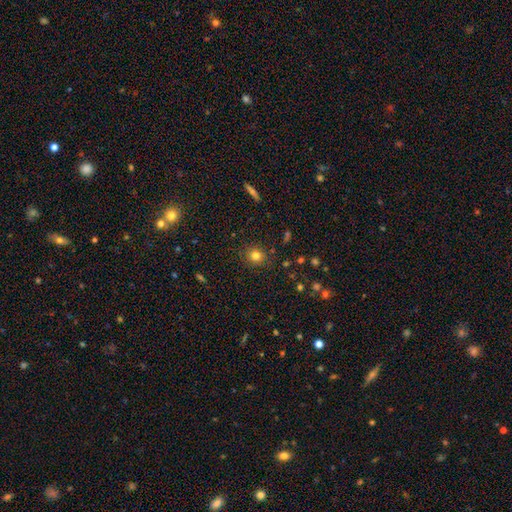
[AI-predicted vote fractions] smooth 79%, star or artifact 14%, featured or disk 7%. Down the decision tree: how rounded — round (84%); merging — none (87%).